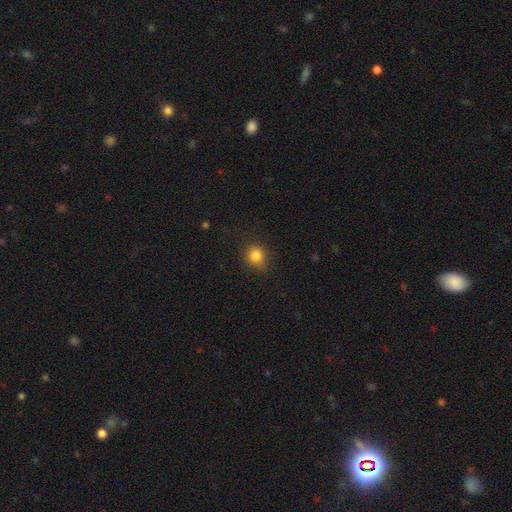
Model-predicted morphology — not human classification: Smooth or featured? Predicted: smooth (p=0.83). How rounded? Predicted: round (p=0.75). Merging? Predicted: none (p=0.84).